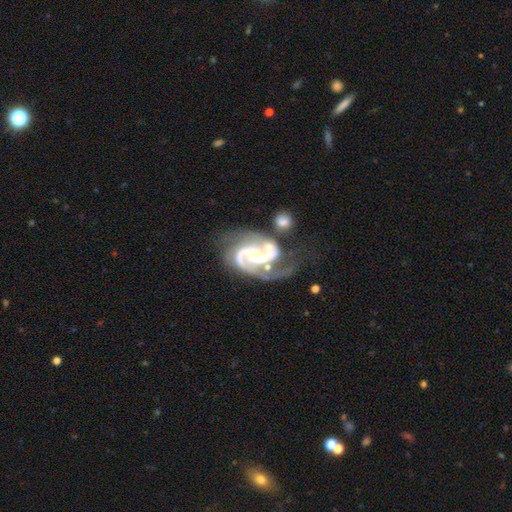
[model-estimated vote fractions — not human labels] Morphology: type=featured or disk (92%); edge-on=no (98%); bar=no (48%); spiral arms=yes (98%); winding=medium (59%); arm count=2 (85%); bulge=moderate (48%); merging=none (38%).